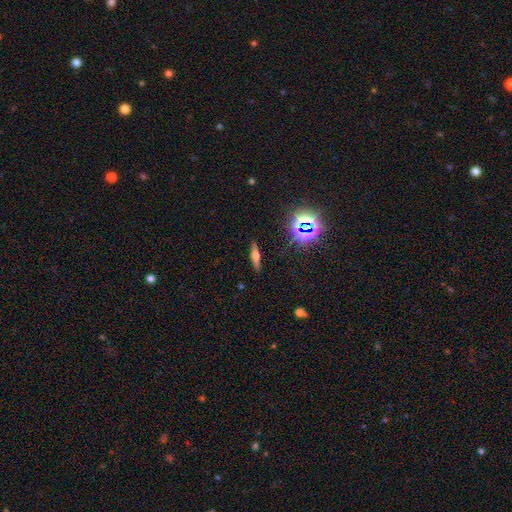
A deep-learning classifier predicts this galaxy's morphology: The model was most divided on "smooth or featured": featured or disk: 45%, smooth: 37%, star or artifact: 17%. More confident: merging — none (87%).